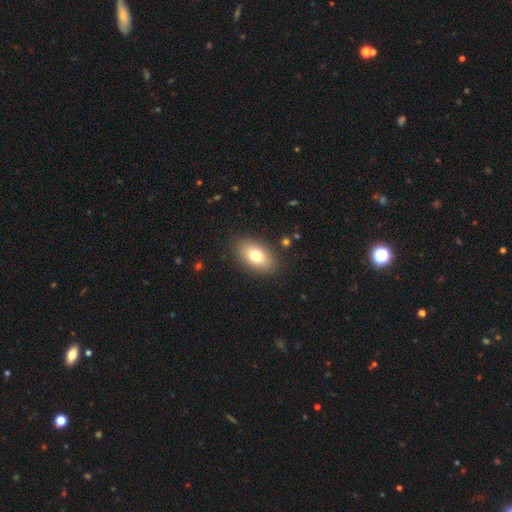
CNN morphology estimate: Smooth or featured? smooth (76%)
How rounded? in between (91%)
Merging? none (87%)